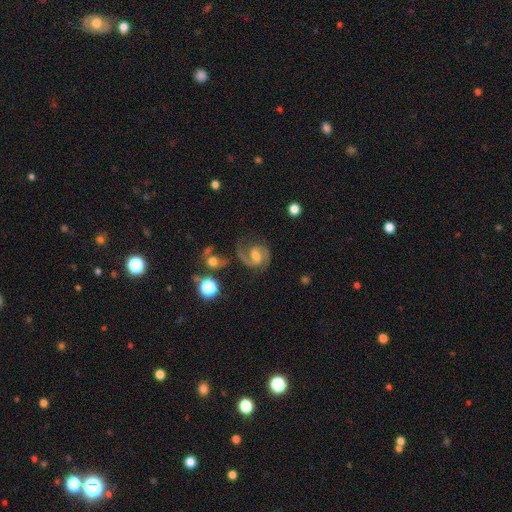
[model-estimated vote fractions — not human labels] Smooth or featured? Predicted: featured or disk (p=0.87). Edge-on disk? Predicted: no (p=0.98). Bar? Predicted: weak (p=0.54). Spiral arms? Predicted: yes (p=0.97). Spiral winding? Predicted: medium (p=0.59). Spiral arm count? Predicted: 2 (p=0.86). Bulge size? Predicted: moderate (p=0.58). Merging? Predicted: none (p=0.66).